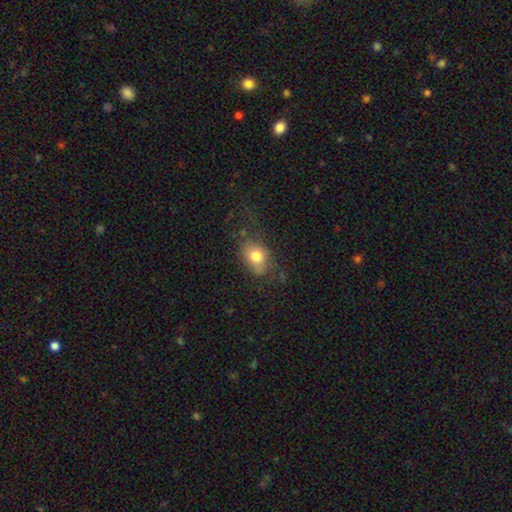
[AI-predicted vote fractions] smooth-or-featured: smooth: 76% | featured or disk: 14% | star or artifact: 10%
  how-rounded: in between: 64% | round: 35% | cigar-shaped: 1%
  merging: none: 64% | minor disturbance: 22% | major disturbance: 12% | merger: 2%